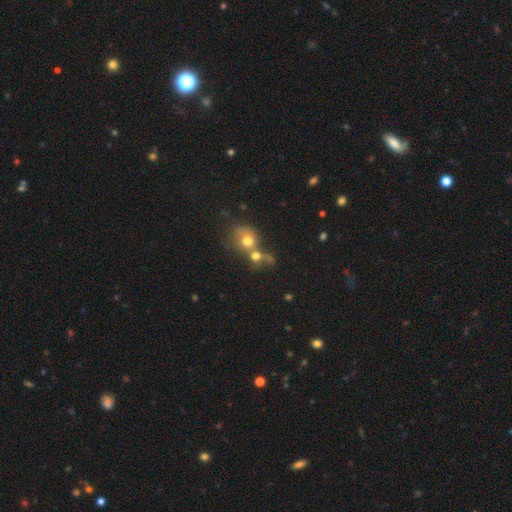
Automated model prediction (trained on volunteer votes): Smooth or featured? Predicted: smooth (p=0.66). How rounded? Predicted: round (p=0.70). Merging? Predicted: merger (p=0.65).